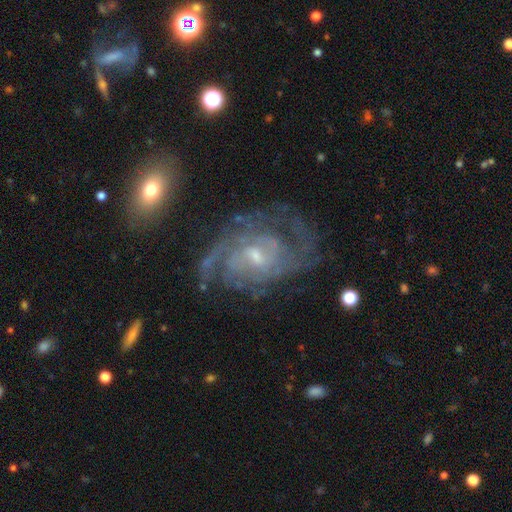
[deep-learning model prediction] Q: Smooth or featured?
A: featured or disk (87%); runner-up: smooth (7%)
Q: Edge-on disk?
A: no (97%); runner-up: yes (3%)
Q: Bar?
A: no (46%); runner-up: weak (45%)
Q: Spiral arms?
A: yes (94%); runner-up: no (6%)
Q: Spiral winding?
A: tight (51%); runner-up: medium (38%)
Q: Spiral arm count?
A: can't tell (32%); runner-up: 2 (27%)
Q: Bulge size?
A: small (61%); runner-up: moderate (33%)
Q: Merging?
A: none (64%); runner-up: minor disturbance (20%)